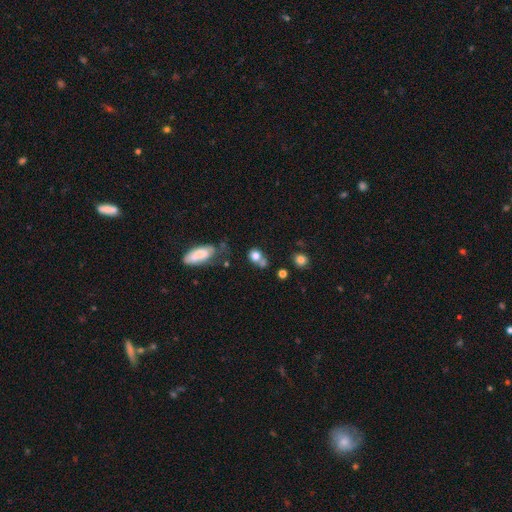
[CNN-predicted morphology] The model was most divided on "merging": none: 41%, merger: 35%, minor disturbance: 16%, major disturbance: 8%. More confident: smooth or featured — smooth (77%); how rounded — round (66%).